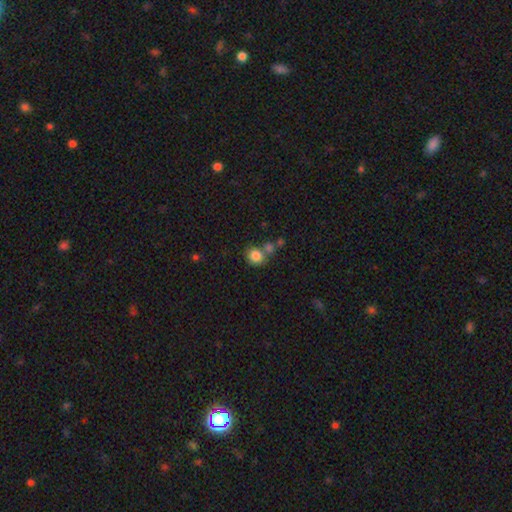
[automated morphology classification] type=smooth (83%); roundness=round (81%); merging=none (60%).